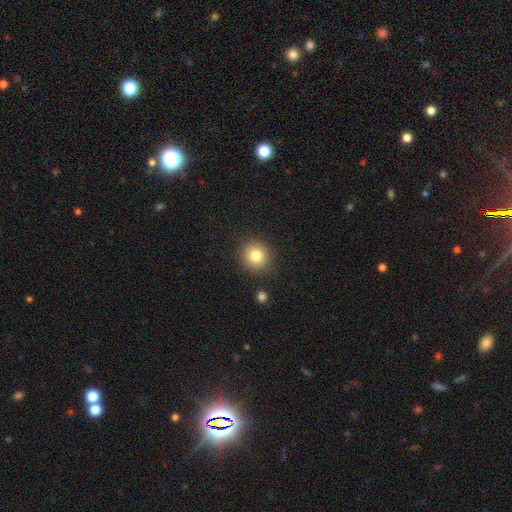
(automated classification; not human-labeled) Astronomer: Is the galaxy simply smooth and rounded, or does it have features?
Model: smooth — 80%.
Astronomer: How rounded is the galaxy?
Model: round — 90%.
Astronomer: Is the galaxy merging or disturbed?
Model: none — 88%.